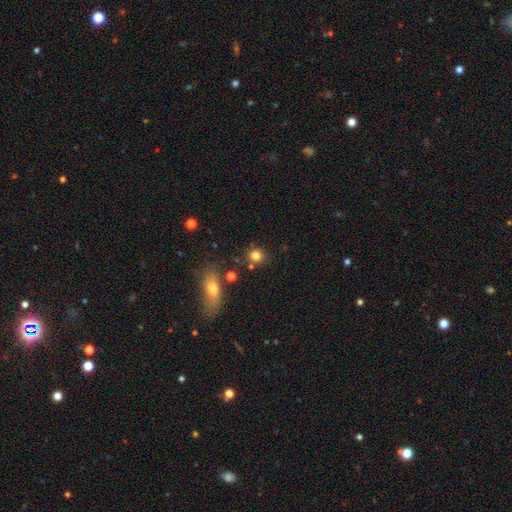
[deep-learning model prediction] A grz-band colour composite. It shows a smooth galaxy with no disk features (81%) that is round (84%). Merging: none (79%).